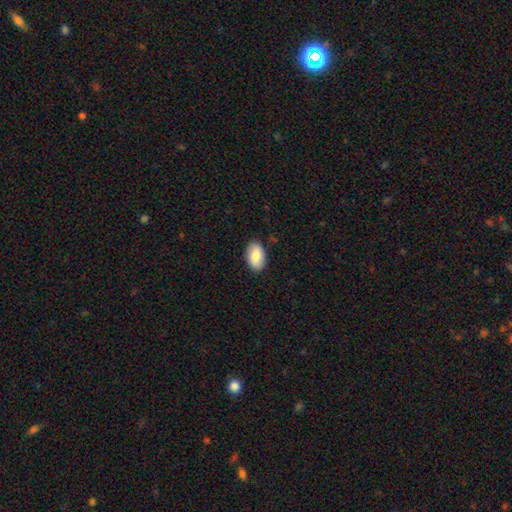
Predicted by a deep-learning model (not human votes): smooth 82%, featured or disk 12%, star or artifact 6%. Down the decision tree: how rounded — in between (93%); merging — none (87%).